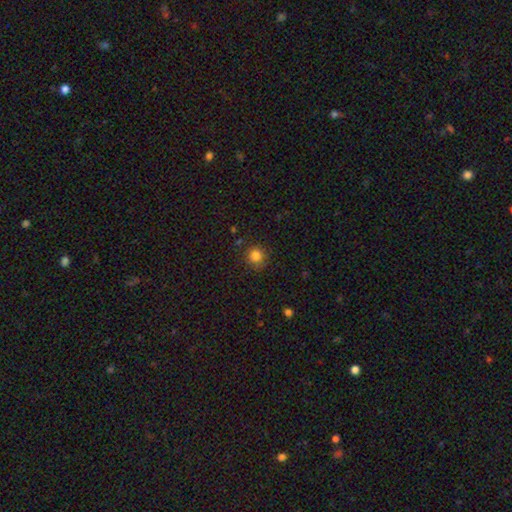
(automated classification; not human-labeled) Smooth or featured?
  - smooth: 83% *
  - star or artifact: 12%
  - featured or disk: 5%
How rounded?
  - round: 93% *
  - in between: 6%
  - cigar-shaped: 1%
Merging?
  - none: 84% *
  - minor disturbance: 11%
  - major disturbance: 3%
  - merger: 2%